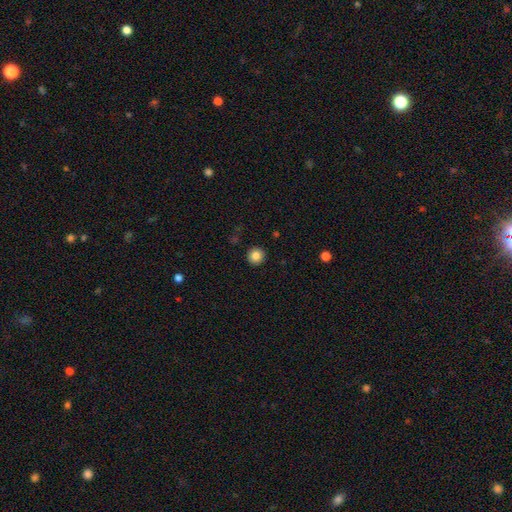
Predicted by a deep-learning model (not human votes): This is clearly a smooth galaxy (83%). How rounded: clearly round (94%). Merging: clearly none (91%).